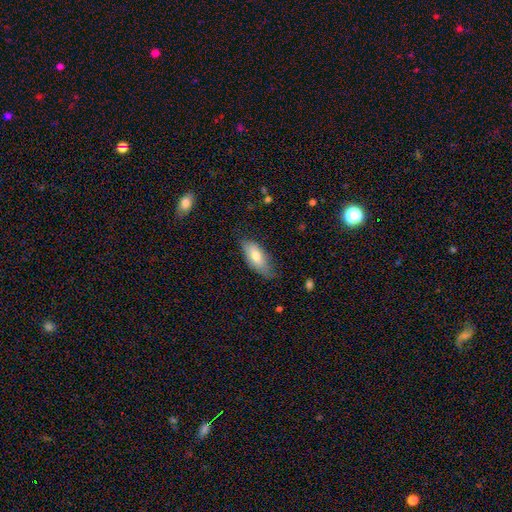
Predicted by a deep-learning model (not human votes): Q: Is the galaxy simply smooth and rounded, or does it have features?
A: smooth — 71%.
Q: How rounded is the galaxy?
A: in between — 83%.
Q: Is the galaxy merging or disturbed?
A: none — 61%.